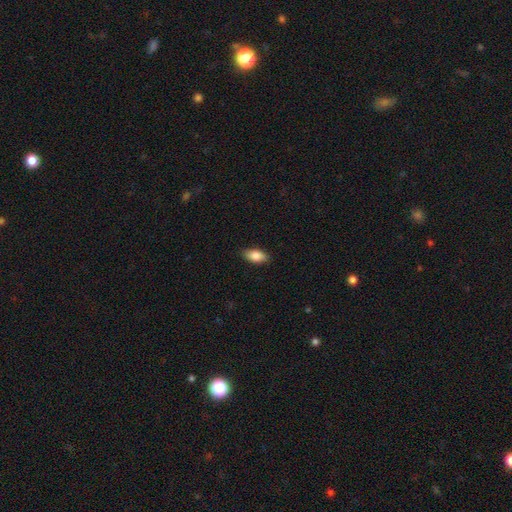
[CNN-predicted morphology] Overall: smooth (85%). How rounded: in between (91%). Merging: none (87%).